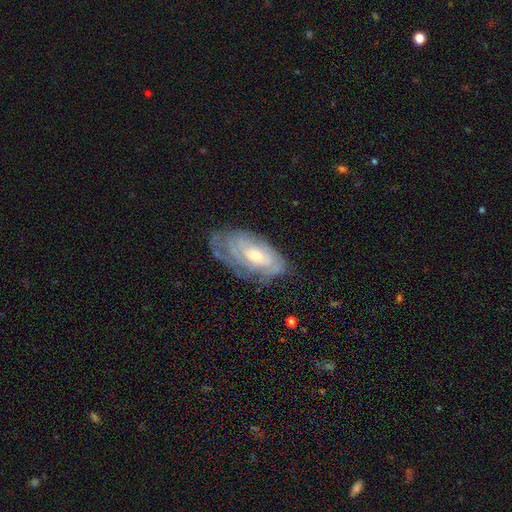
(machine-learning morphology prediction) Smooth or featured?
  - featured or disk: 71% *
  - smooth: 23%
  - star or artifact: 7%
Edge-on disk?
  - no: 92% *
  - yes: 8%
Bar?
  - no: 72% *
  - weak: 23%
  - strong: 5%
Spiral arms?
  - yes: 78% *
  - no: 22%
Spiral winding?
  - tight: 69% *
  - medium: 22%
  - loose: 8%
Spiral arm count?
  - can't tell: 64% *
  - 2: 16%
  - 3: 7%
  - 1: 6%
  - 4: 5%
  - more than 4: 3%
Bulge size?
  - small: 50% *
  - moderate: 46%
  - large: 2%
  - none: 1%
  - dominant: 1%
Merging?
  - none: 56% *
  - minor disturbance: 28%
  - major disturbance: 15%
  - merger: 2%